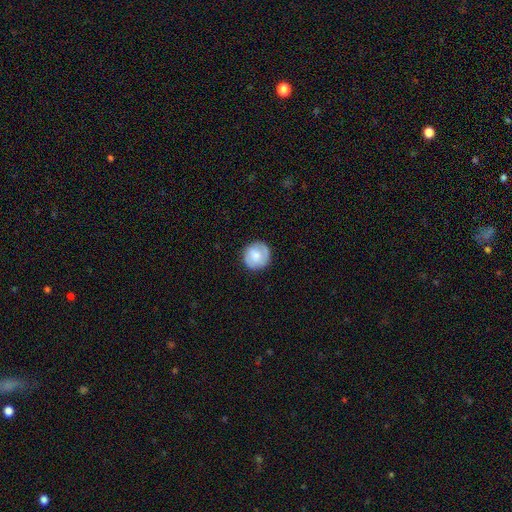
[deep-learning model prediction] Smooth or featured?
  - smooth: 64% *
  - featured or disk: 30%
  - star or artifact: 7%
How rounded?
  - round: 92% *
  - in between: 7%
  - cigar-shaped: 1%
Merging?
  - none: 84% *
  - minor disturbance: 11%
  - major disturbance: 3%
  - merger: 1%